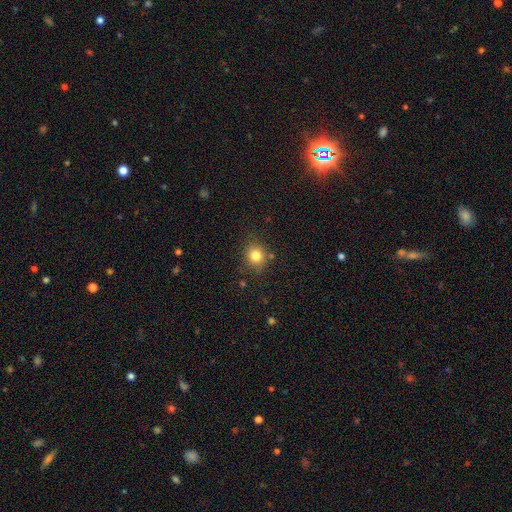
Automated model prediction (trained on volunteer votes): smooth_or_featured: smooth (p=0.81) [alt: star or artifact p=0.12]
how_rounded: round (p=0.76) [alt: in between p=0.23]
merging: none (p=0.81) [alt: minor disturbance p=0.12]